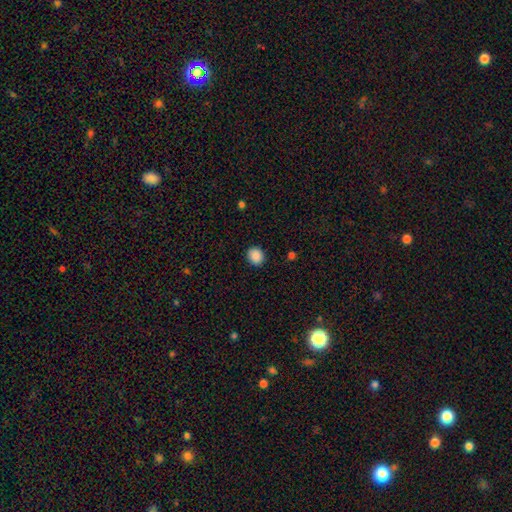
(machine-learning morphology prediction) type=smooth (88%); roundness=round (72%); merging=none (90%).